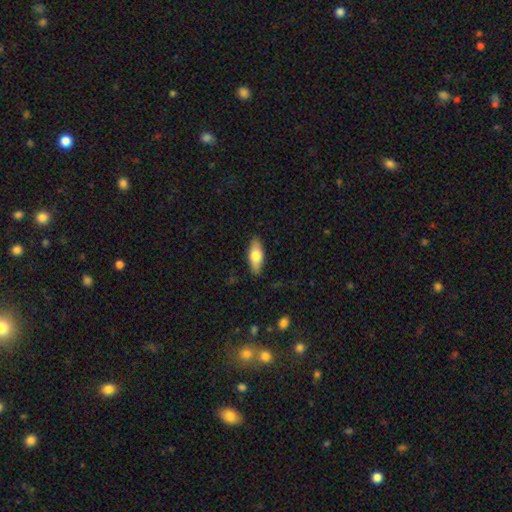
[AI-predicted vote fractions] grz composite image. It shows a smooth galaxy with no disk features (70%) that is in between round and cigar-shaped (76%). Merging: none (87%).